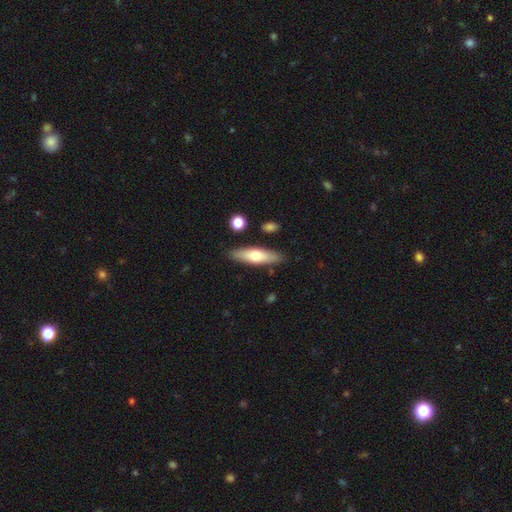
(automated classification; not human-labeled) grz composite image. It shows a smooth galaxy with no disk features (62%) that is cigar-shaped (64%). Merging: none (85%).